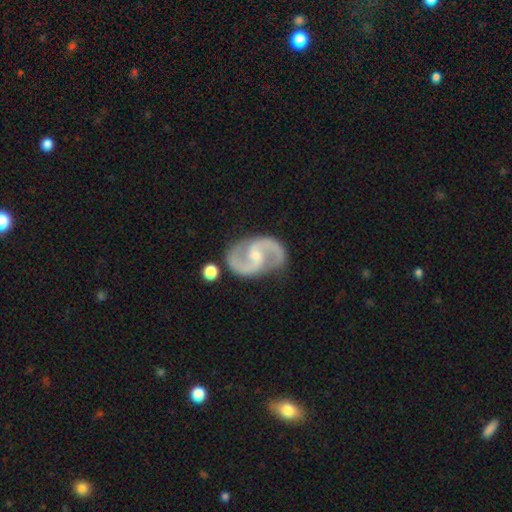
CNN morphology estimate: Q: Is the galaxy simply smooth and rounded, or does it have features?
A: featured or disk — 93%.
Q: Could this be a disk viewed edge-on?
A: no — 98%.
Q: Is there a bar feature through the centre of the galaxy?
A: weak — 49%.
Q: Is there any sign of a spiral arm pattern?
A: yes — 98%.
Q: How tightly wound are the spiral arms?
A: medium — 65%.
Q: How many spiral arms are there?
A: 2 — 94%.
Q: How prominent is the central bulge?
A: small — 51%.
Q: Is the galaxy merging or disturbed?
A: none — 82%.